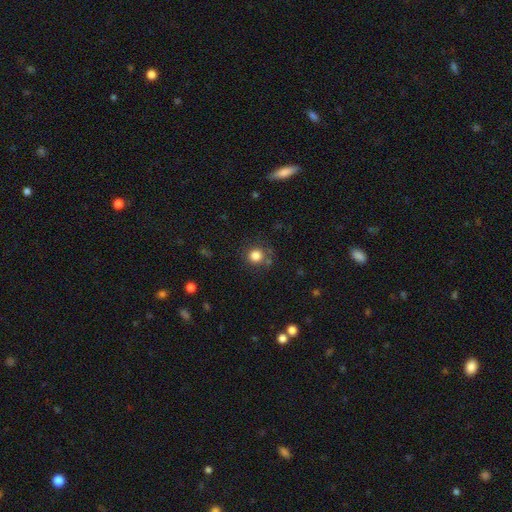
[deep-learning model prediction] Morphology: type=smooth (82%); roundness=round (90%); merging=none (78%).